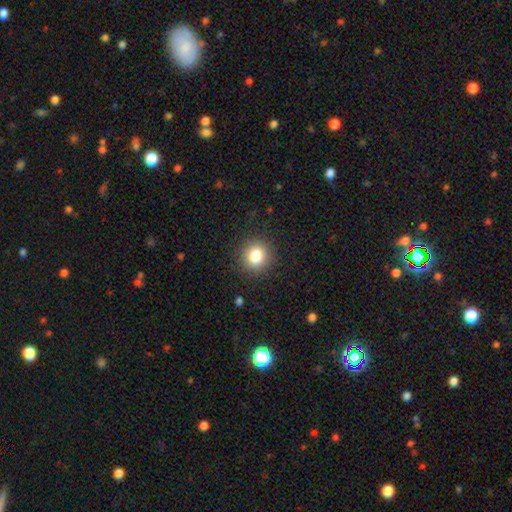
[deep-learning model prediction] Q: Smooth or featured?
A: smooth (82%); runner-up: star or artifact (11%)
Q: How rounded?
A: round (90%); runner-up: in between (9%)
Q: Merging?
A: none (90%); runner-up: minor disturbance (6%)